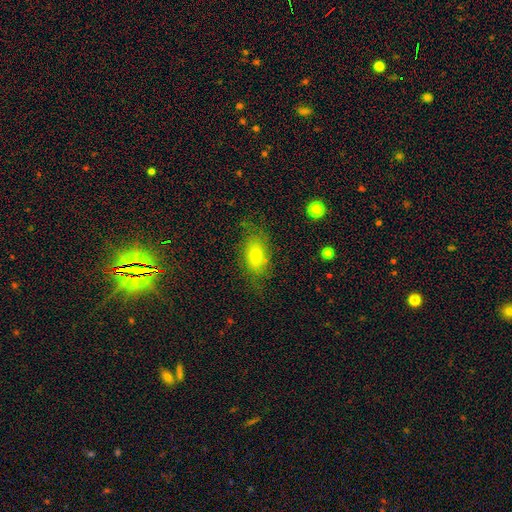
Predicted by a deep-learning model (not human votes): Morphology: type=smooth (60%); roundness=in between (85%); merging=none (68%).